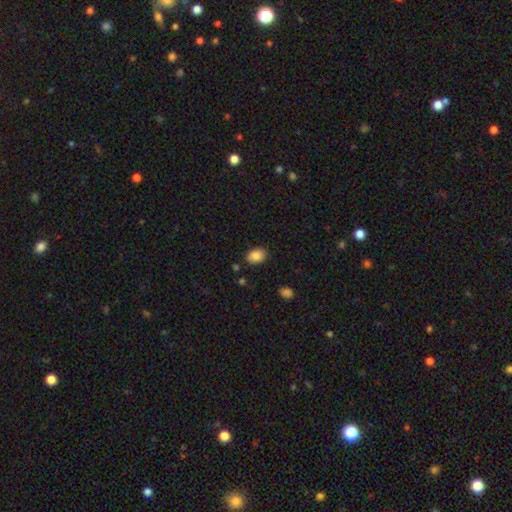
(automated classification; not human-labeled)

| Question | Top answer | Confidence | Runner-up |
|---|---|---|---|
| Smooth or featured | smooth | 87% | star or artifact (8%) |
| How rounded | in between | 76% | round (23%) |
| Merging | none | 85% | minor disturbance (10%) |